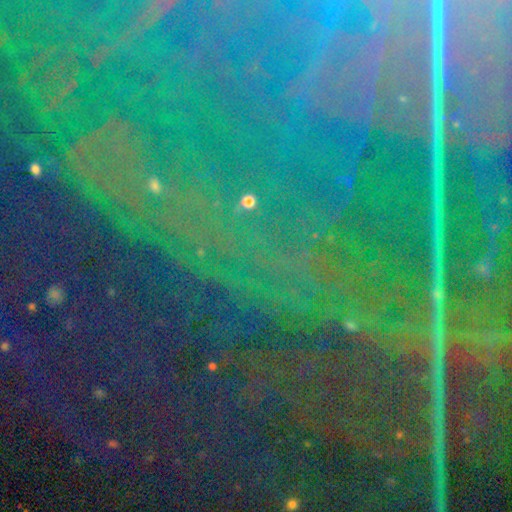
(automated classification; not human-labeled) This appears to be a star or artifact, not a galaxy (86%).